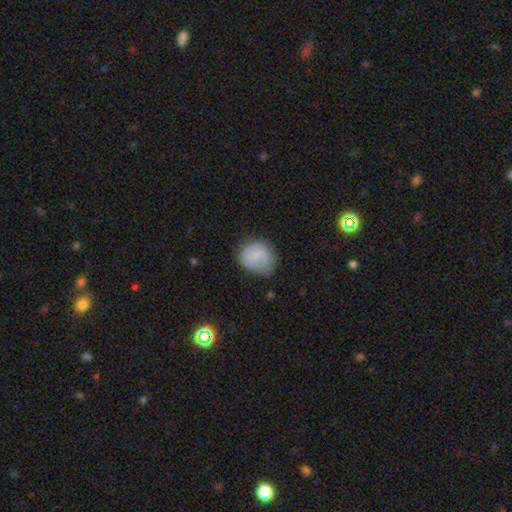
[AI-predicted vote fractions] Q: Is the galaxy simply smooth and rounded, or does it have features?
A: smooth — 65%.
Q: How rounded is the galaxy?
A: round — 72%.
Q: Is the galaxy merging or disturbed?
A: none — 65%.